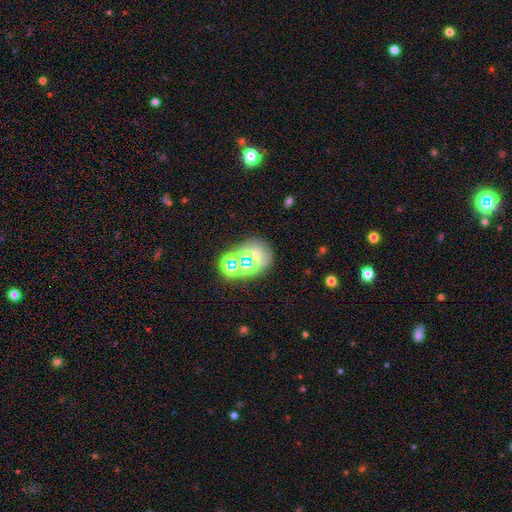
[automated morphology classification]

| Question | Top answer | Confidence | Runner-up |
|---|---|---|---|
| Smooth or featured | featured or disk | 39% | star or artifact (34%) |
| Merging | none | 50% | merger (21%) |